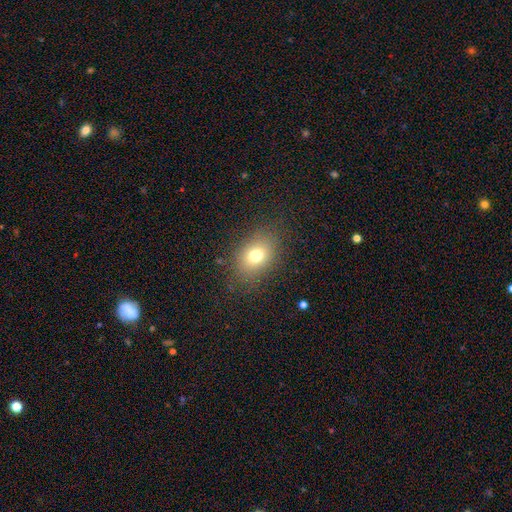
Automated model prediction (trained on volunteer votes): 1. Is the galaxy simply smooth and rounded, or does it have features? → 75% smooth, 13% star or artifact, 12% featured or disk.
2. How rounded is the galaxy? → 68% in between, 31% round, 1% cigar-shaped.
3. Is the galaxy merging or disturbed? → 81% none, 12% minor disturbance, 6% major disturbance, 1% merger.